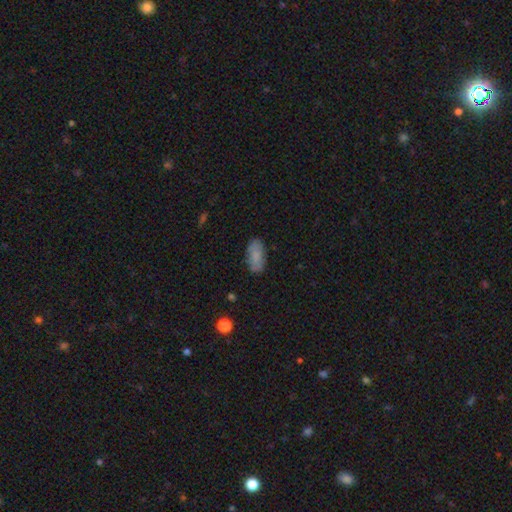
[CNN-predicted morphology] Smooth or featured? Predicted: smooth (p=0.81). How rounded? Predicted: in between (p=0.90). Merging? Predicted: none (p=0.81).